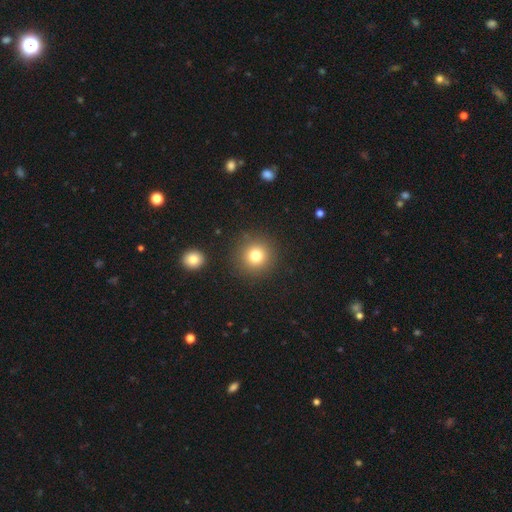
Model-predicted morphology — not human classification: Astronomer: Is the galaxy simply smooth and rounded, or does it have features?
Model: smooth — 78%.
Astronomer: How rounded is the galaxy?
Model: round — 94%.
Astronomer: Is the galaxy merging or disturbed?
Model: none — 88%.